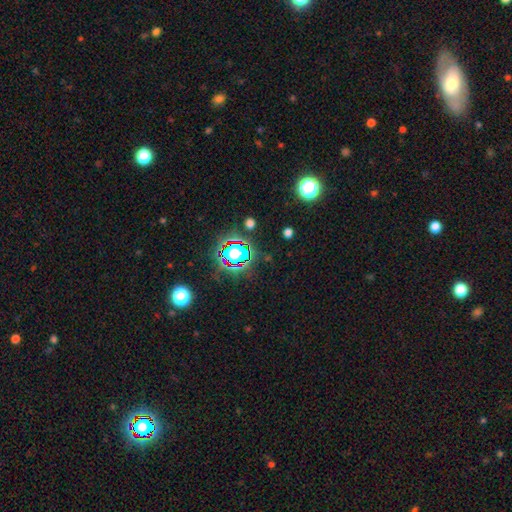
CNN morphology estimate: Smooth or featured? Predicted: star or artifact (p=0.78).